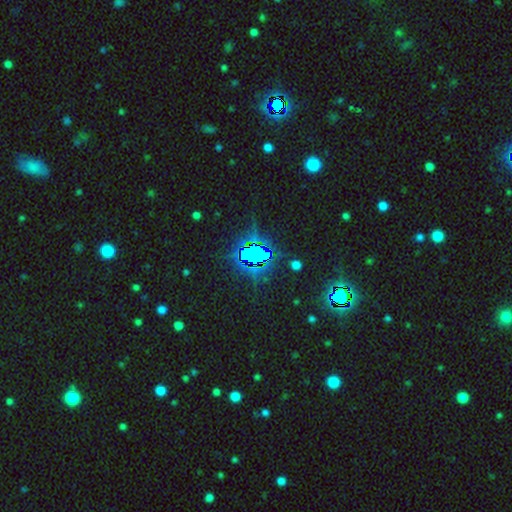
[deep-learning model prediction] smooth_or_featured: star or artifact (p=0.77) [alt: smooth p=0.13]